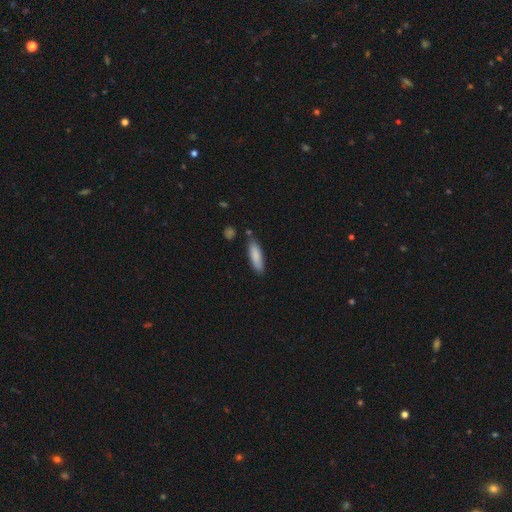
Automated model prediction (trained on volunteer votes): smooth_or_featured: smooth (p=0.85) [alt: featured or disk p=0.10]
how_rounded: cigar-shaped (p=0.58) [alt: in between p=0.41]
merging: none (p=0.79) [alt: minor disturbance p=0.14]